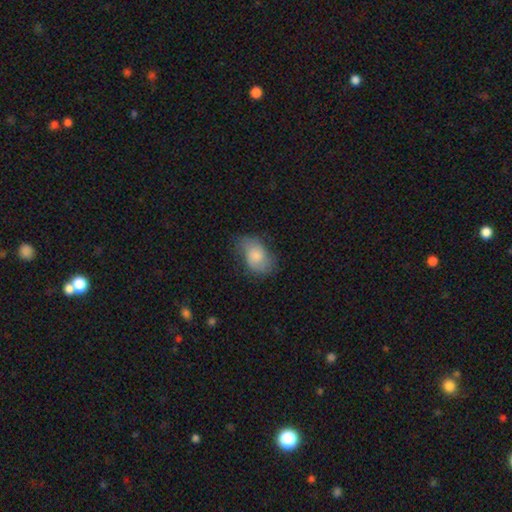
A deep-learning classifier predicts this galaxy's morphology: A smooth galaxy with no disk features (71%) that is in between round and cigar-shaped (84%). Merging: none (58%).